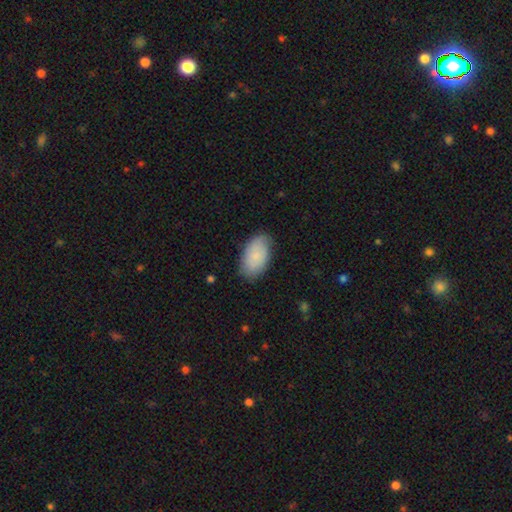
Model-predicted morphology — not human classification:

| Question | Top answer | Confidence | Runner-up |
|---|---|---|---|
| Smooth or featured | smooth | 79% | featured or disk (14%) |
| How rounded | in between | 94% | round (4%) |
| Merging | none | 77% | minor disturbance (18%) |